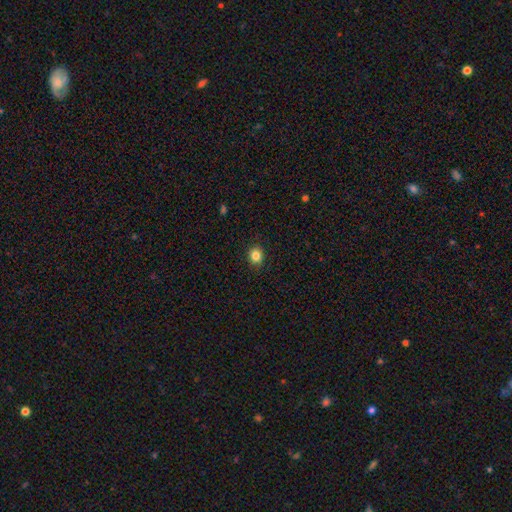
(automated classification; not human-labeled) The model was most divided on "how rounded": round: 70%, in between: 29%, cigar-shaped: 1%. More confident: merging — none (90%); smooth or featured — smooth (84%).